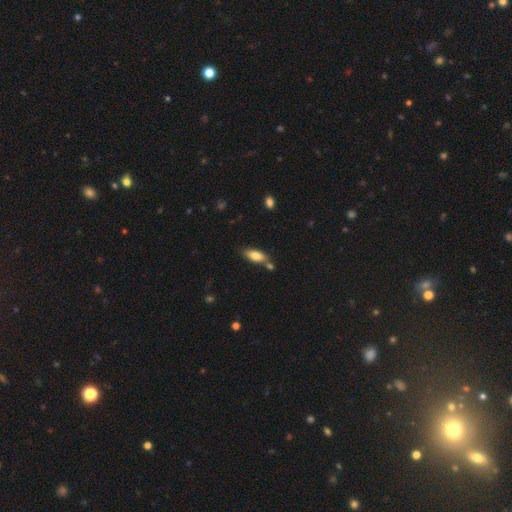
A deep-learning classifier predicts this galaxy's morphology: smooth 80%, featured or disk 13%, star or artifact 7%. Down the decision tree: how rounded — in between (78%); merging — none (68%).